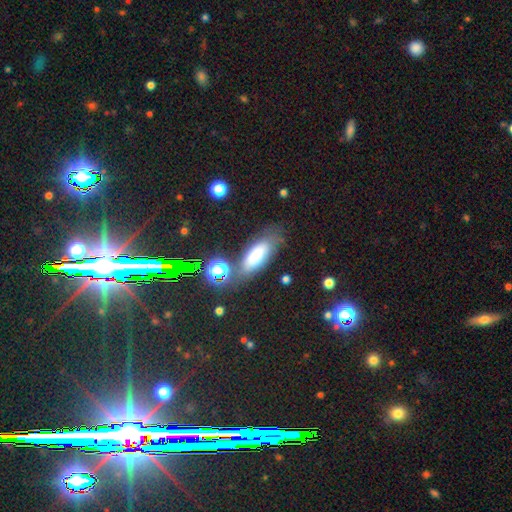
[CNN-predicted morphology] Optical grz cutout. It shows a smooth galaxy with no disk features (75%) that is in between round and cigar-shaped (73%). Merging: none (63%).